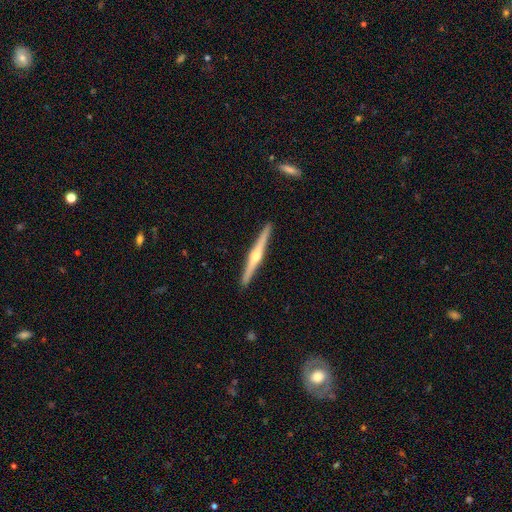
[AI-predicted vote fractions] Morphology: type=featured or disk (80%); edge-on=yes (98%); edge-on bulge=rounded (93%); merging=none (93%).